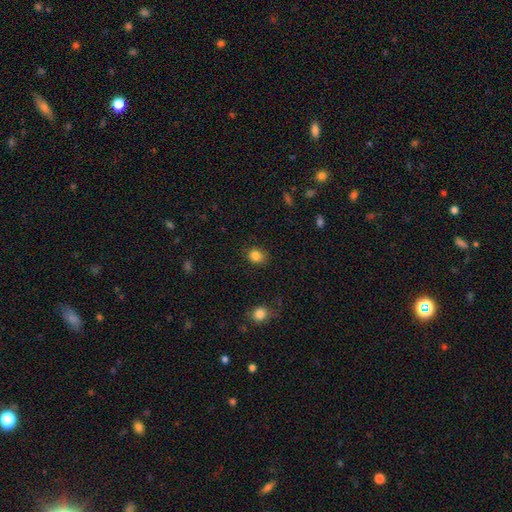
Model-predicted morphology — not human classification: Smooth or featured?
  - smooth: 84% *
  - star or artifact: 11%
  - featured or disk: 5%
How rounded?
  - round: 64% *
  - in between: 35%
  - cigar-shaped: 1%
Merging?
  - none: 83% *
  - minor disturbance: 13%
  - major disturbance: 3%
  - merger: 2%